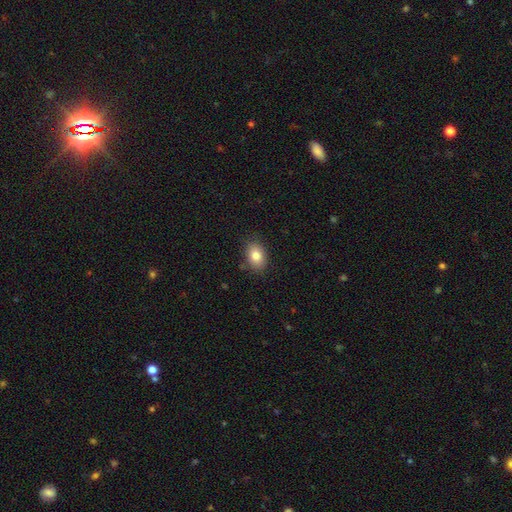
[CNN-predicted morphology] A smooth galaxy with no disk features (83%) that is in between round and cigar-shaped (80%).

Vote fractions:
- Smooth or featured? smooth: 83% / featured or disk: 9% / star or artifact: 8%
- How rounded? in between: 80% / round: 18% / cigar-shaped: 1%
- Merging? none: 85% / minor disturbance: 11% / major disturbance: 3% / merger: 1%